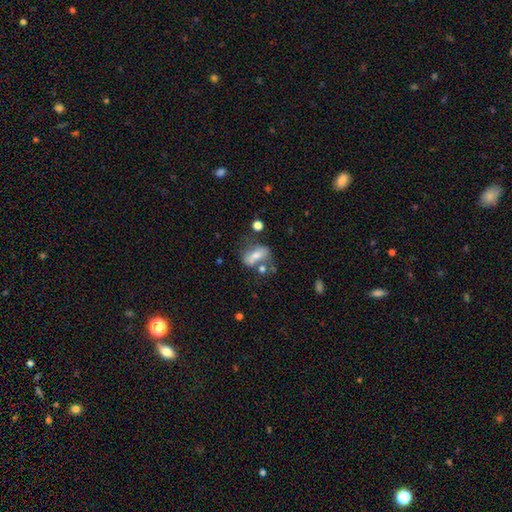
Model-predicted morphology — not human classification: Smooth or featured? smooth (57%)
How rounded? in between (79%)
Merging? none (40%)